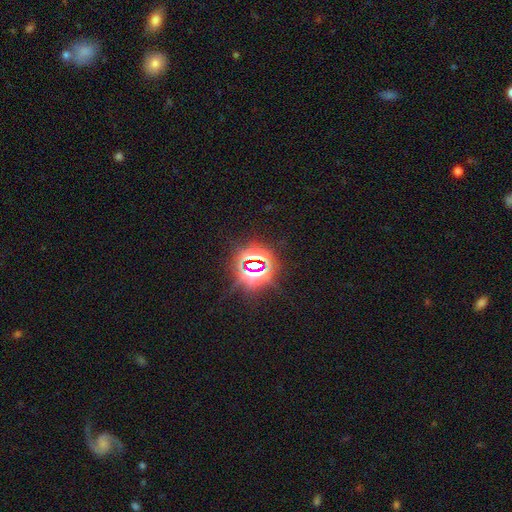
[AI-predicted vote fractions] A star or artifact, not a galaxy (79%).

Vote fractions:
- Smooth or featured? star or artifact: 79% / smooth: 13% / featured or disk: 8%